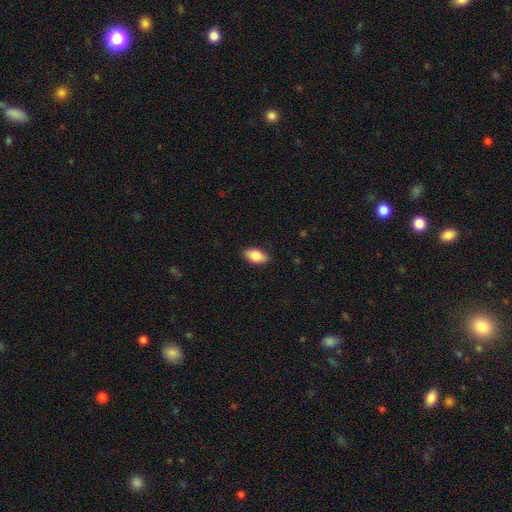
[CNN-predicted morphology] This appears to be a smooth galaxy with no disk features (82%) that is in between round and cigar-shaped (91%). Merging: none (86%).